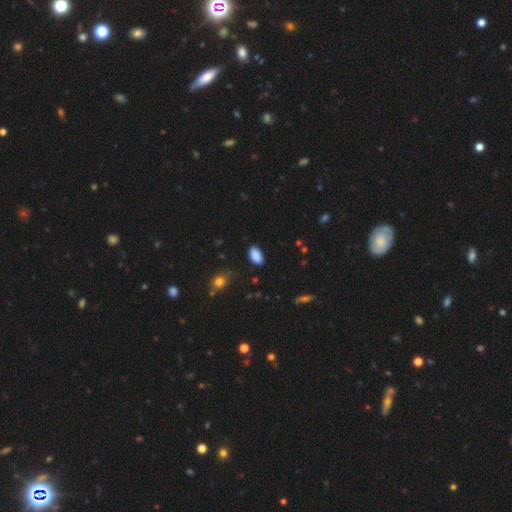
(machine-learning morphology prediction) This is clearly a smooth galaxy (89%). How rounded: clearly in between (94%). Merging: clearly none (83%).